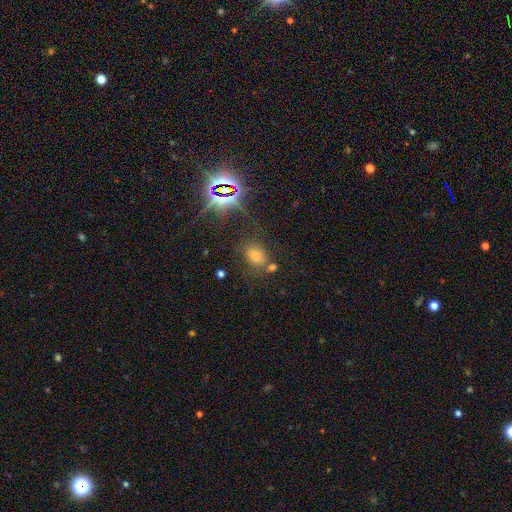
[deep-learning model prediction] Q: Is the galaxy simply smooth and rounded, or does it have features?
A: smooth — 64%.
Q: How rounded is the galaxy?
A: in between — 71%.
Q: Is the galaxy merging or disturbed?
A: none — 62%.